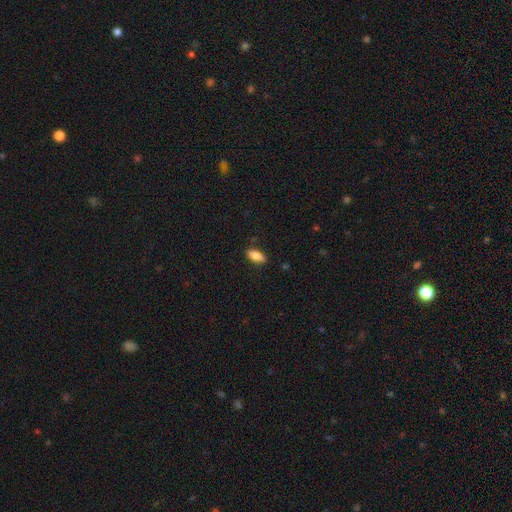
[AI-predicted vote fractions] Smooth or featured? smooth (81%)
How rounded? in between (80%)
Merging? none (87%)